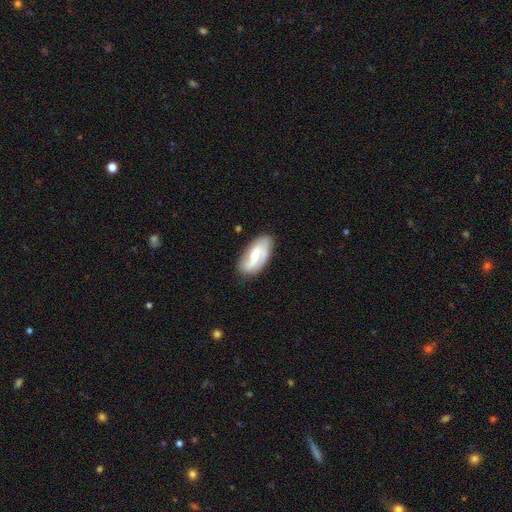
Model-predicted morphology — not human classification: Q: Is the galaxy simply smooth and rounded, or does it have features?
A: featured or disk — 69%.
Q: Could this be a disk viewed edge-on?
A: no — 95%.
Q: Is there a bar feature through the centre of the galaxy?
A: weak — 51%.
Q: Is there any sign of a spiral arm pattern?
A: yes — 91%.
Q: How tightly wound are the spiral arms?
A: loose — 42%.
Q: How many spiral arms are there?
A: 2 — 75%.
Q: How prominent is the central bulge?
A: moderate — 52%.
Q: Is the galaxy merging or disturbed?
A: none — 76%.